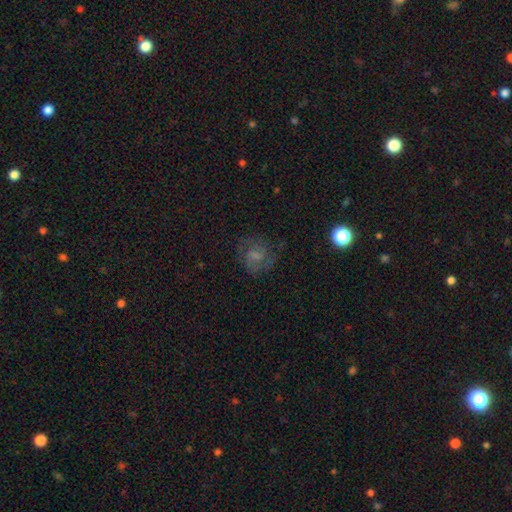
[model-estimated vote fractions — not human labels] smooth-or-featured: featured or disk: 52% | smooth: 34% | star or artifact: 13%
  disk-edge-on: no: 97% | yes: 3%
    bar: weak: 46% | no: 44% | strong: 10%
    has-spiral-arms: yes: 85% | no: 15%
    bulge-size: small: 36% | none: 33% | moderate: 25% | large: 5% | dominant: 1%
  merging: none: 67% | minor disturbance: 18% | major disturbance: 13% | merger: 2%